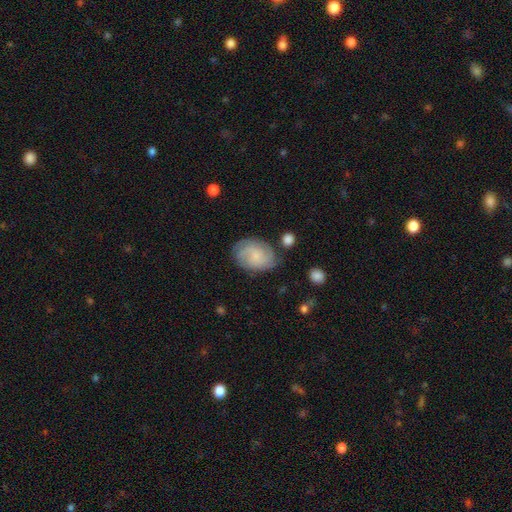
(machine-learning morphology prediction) featured or disk 56%, smooth 36%, star or artifact 8%. Down the decision tree: edge-on disk — no (97%); bar — no (67%); spiral arms — yes (90%); bulge size — small (64%); merging — none (71%).